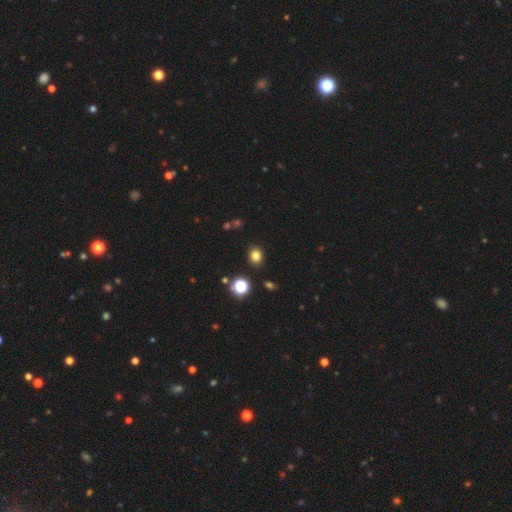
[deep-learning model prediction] A smooth galaxy with no disk features (79%) that is round (73%). Merging: none (89%).